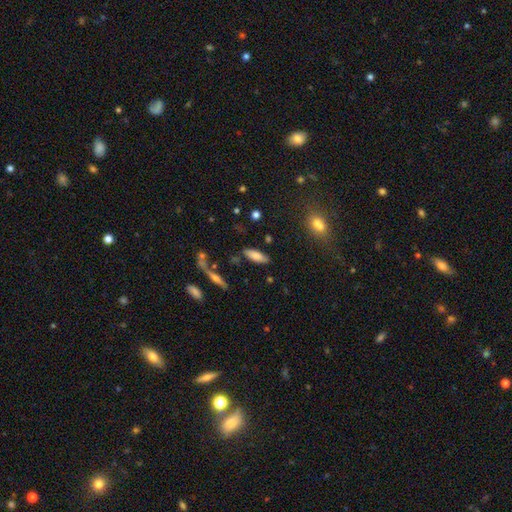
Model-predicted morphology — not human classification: Overall: smooth (76%). How rounded: in between (66%; cigar-shaped 32%). Merging: none (82%).